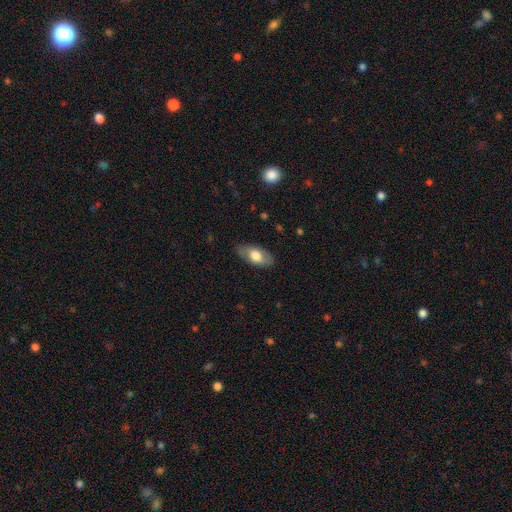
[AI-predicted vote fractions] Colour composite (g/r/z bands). It shows a smooth galaxy with no disk features (67%) that is in between round and cigar-shaped (91%). Merging: none (80%).